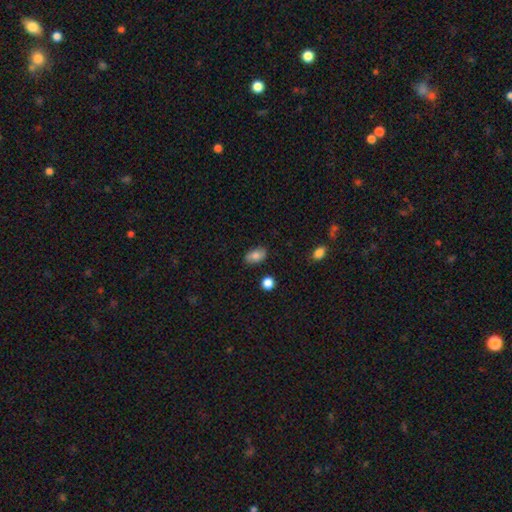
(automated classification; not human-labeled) A smooth galaxy with no disk features (79%) that is in between round and cigar-shaped (89%).

Vote fractions:
- Smooth or featured? smooth: 79% / featured or disk: 12% / star or artifact: 9%
- How rounded? in between: 89% / round: 9% / cigar-shaped: 2%
- Merging? none: 81% / minor disturbance: 14% / major disturbance: 3% / merger: 2%